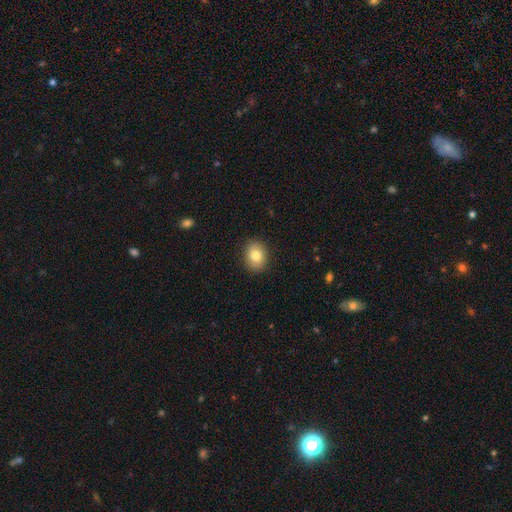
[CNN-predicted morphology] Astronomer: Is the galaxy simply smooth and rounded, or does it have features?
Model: smooth — 81%.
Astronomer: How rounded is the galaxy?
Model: in between — 52% (runner-up: round, 47%).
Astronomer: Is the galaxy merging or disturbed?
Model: none — 90%.